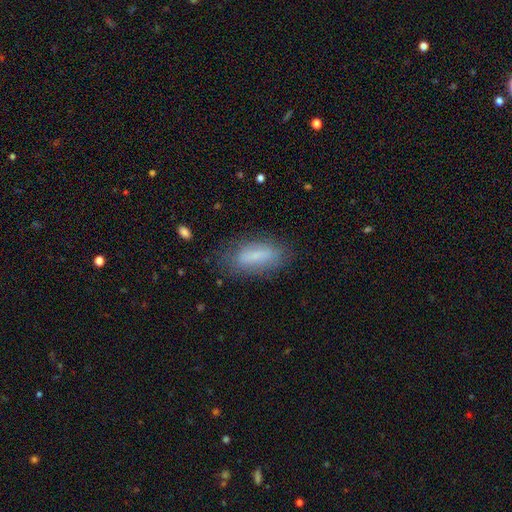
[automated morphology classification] Q: Smooth or featured?
A: smooth (72%); runner-up: featured or disk (20%)
Q: How rounded?
A: in between (71%); runner-up: cigar-shaped (27%)
Q: Merging?
A: none (76%); runner-up: minor disturbance (17%)